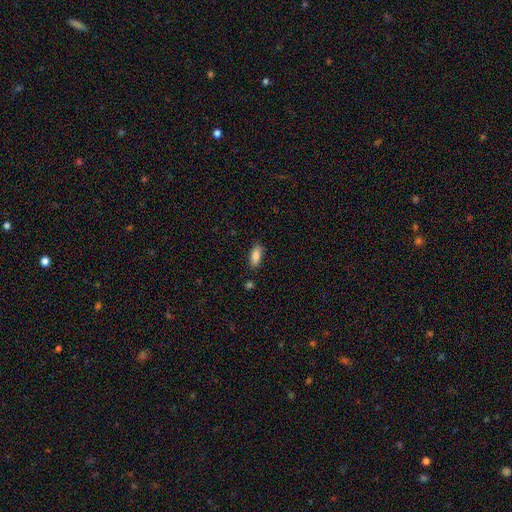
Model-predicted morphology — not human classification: smooth_or_featured: smooth (p=0.85) [alt: featured or disk p=0.08]
how_rounded: in between (p=0.83) [alt: cigar-shaped p=0.15]
merging: none (p=0.84) [alt: minor disturbance p=0.12]